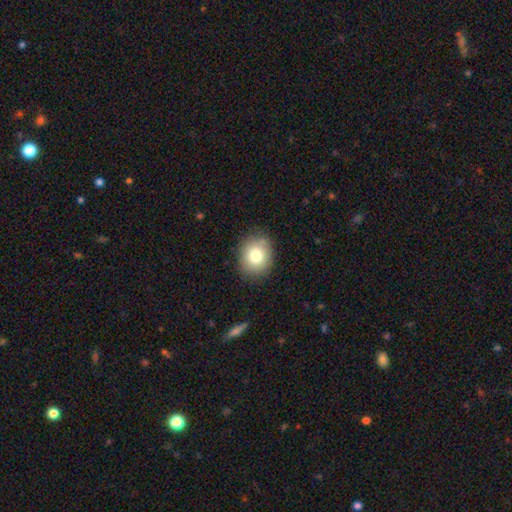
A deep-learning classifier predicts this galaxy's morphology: A smooth galaxy with no disk features (79%) that is round (63%).

Vote fractions:
- Smooth or featured? smooth: 79% / featured or disk: 11% / star or artifact: 10%
- How rounded? round: 63% / in between: 36% / cigar-shaped: 1%
- Merging? none: 85% / minor disturbance: 11% / major disturbance: 3% / merger: 1%